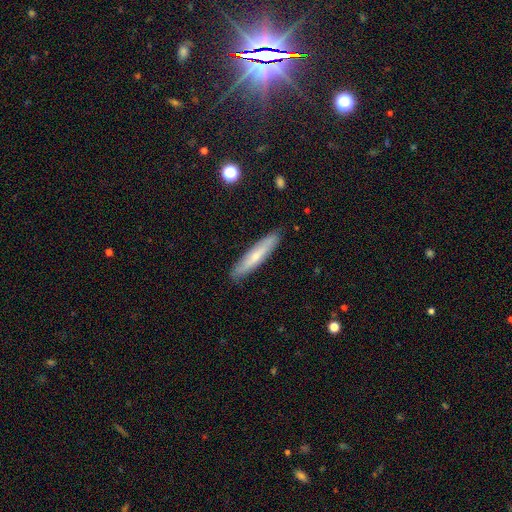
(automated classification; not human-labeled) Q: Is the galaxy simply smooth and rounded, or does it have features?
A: smooth — 58%.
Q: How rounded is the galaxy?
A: cigar-shaped — 89%.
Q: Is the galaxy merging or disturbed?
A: none — 88%.